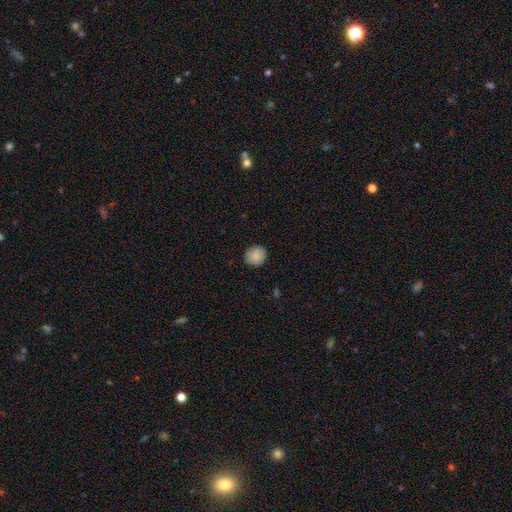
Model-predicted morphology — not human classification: Smooth or featured? smooth (87%)
How rounded? round (87%)
Merging? none (90%)